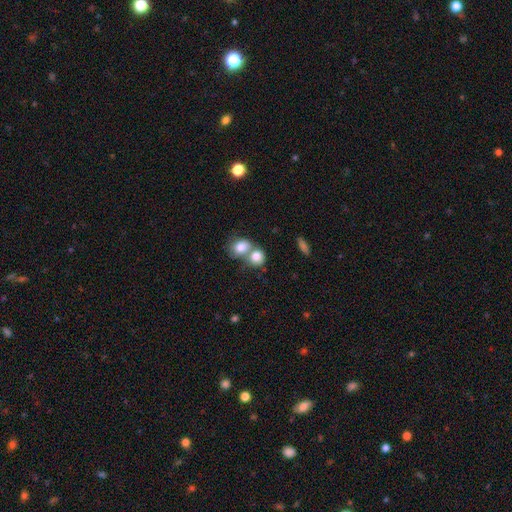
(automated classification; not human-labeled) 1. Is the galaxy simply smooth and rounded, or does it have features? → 81% smooth, 11% featured or disk, 8% star or artifact.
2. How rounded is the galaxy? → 61% round, 38% in between, 1% cigar-shaped.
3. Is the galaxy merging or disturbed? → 62% merger, 27% none, 7% minor disturbance, 3% major disturbance.